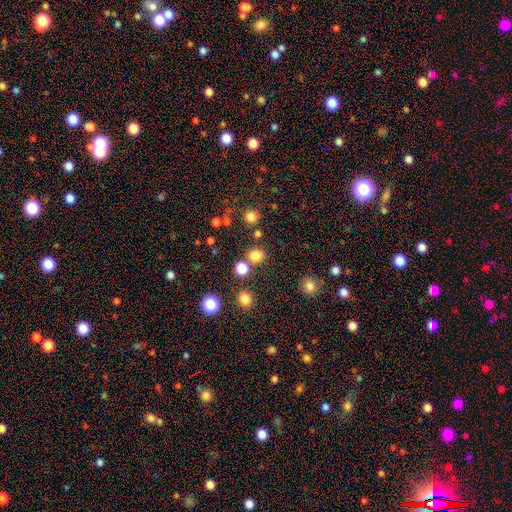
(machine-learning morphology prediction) This appears to be a smooth galaxy with no disk features (78%) that is round (81%). Merging: none (78%).